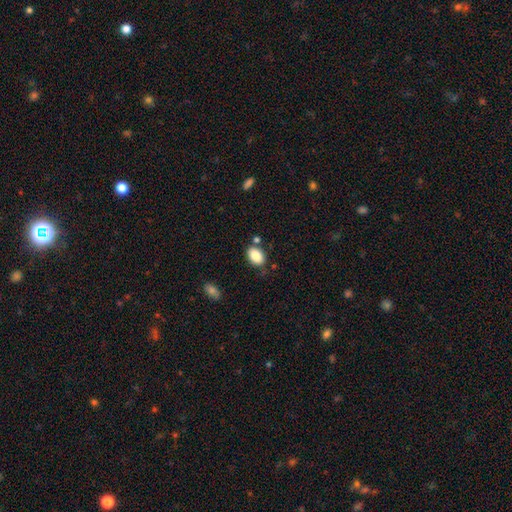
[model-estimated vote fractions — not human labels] Smooth or featured? Predicted: smooth (p=0.86). How rounded? Predicted: in between (p=0.85). Merging? Predicted: none (p=0.74).